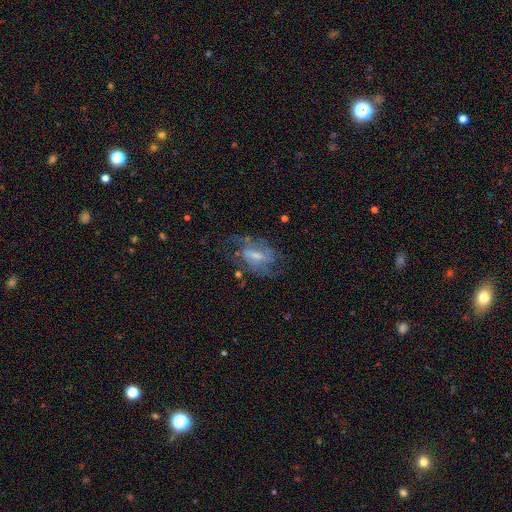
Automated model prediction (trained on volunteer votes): This is likely a featured or disk galaxy (74%). It is clearly not viewed edge-on (95%). Bar: possibly weak (51%). Spiral arm pattern: clearly yes (82%). Spiral arm count: possibly 2 (57%). Spiral winding: possibly medium (49%). Central bulge: marginally moderate (43%). Merging: possibly none (52%).